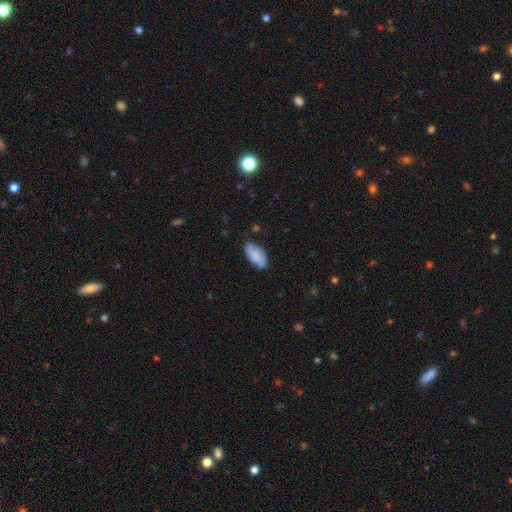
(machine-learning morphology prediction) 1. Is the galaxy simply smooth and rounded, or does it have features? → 77% smooth, 16% featured or disk, 7% star or artifact.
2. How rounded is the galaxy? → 91% in between, 6% cigar-shaped, 2% round.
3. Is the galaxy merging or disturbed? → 69% none, 24% minor disturbance, 5% major disturbance, 2% merger.